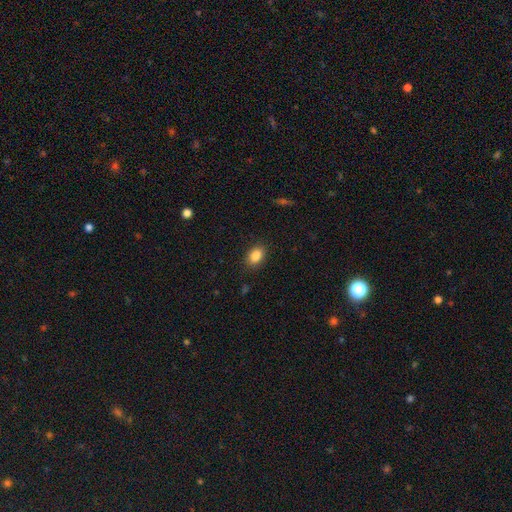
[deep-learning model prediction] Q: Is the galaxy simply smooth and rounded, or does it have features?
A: smooth — 87%.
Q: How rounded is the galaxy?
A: in between — 82%.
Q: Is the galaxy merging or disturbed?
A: none — 87%.